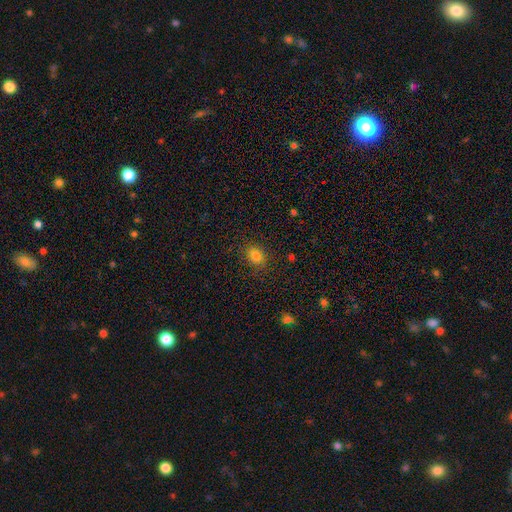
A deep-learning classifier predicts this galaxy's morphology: Q: Smooth or featured?
A: smooth (82%); runner-up: star or artifact (13%)
Q: How rounded?
A: in between (54%); runner-up: round (45%)
Q: Merging?
A: none (85%); runner-up: minor disturbance (11%)